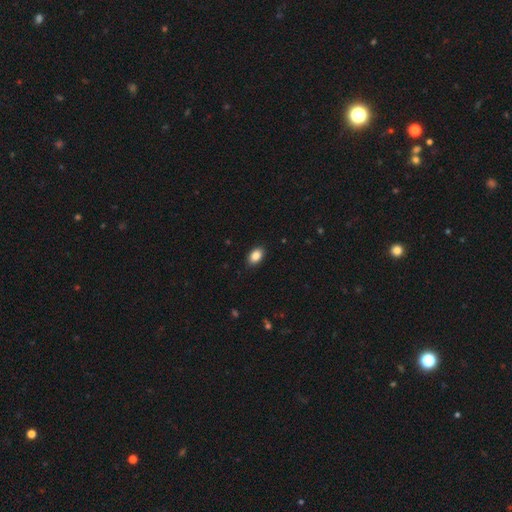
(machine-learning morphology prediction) Overall: smooth (88%). How rounded: in between (88%). Merging: none (88%).